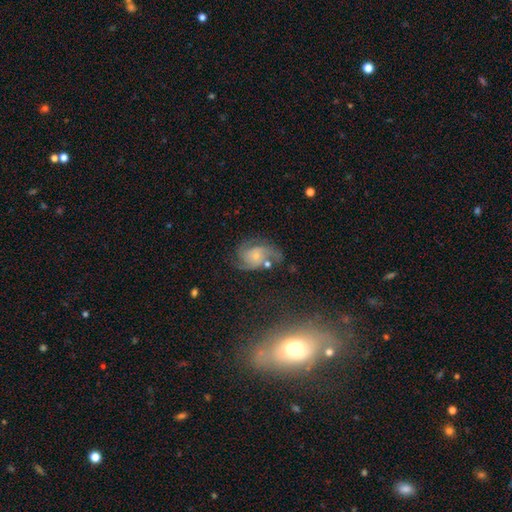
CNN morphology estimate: Smooth or featured? Predicted: featured or disk (p=0.75). Edge-on disk? Predicted: no (p=0.98). Bar? Predicted: no (p=0.71). Spiral arms? Predicted: yes (p=0.94). Spiral winding? Predicted: medium (p=0.49). Spiral arm count? Predicted: 2 (p=0.35). Bulge size? Predicted: small (p=0.65). Merging? Predicted: none (p=0.52).